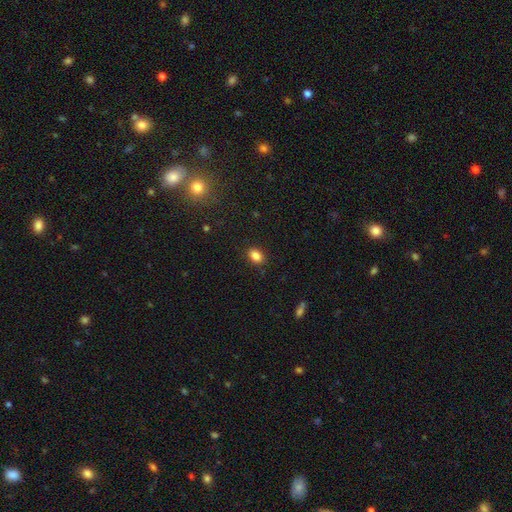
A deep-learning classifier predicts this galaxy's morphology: The model was most divided on "how rounded": in between: 77%, round: 21%, cigar-shaped: 1%. More confident: merging — none (87%); smooth or featured — smooth (85%).